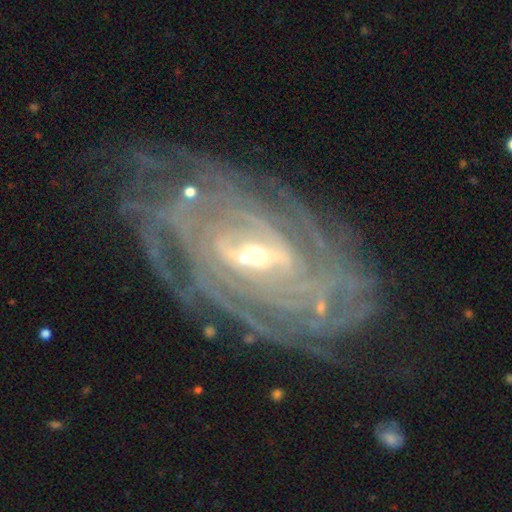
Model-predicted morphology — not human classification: Smooth or featured?
  - featured or disk: 90% *
  - star or artifact: 5%
  - smooth: 4%
Edge-on disk?
  - no: 95% *
  - yes: 5%
Bar?
  - strong: 37% *
  - weak: 36%
  - no: 27%
Spiral arms?
  - yes: 97% *
  - no: 3%
Spiral winding?
  - tight: 75% *
  - medium: 19%
  - loose: 6%
Spiral arm count?
  - can't tell: 27% *
  - more than 4: 18%
  - 4: 17%
  - 2: 15%
  - 3: 14%
  - 1: 8%
Bulge size?
  - small: 66% *
  - moderate: 29%
  - large: 2%
  - none: 1%
  - dominant: 1%
Merging?
  - none: 66% *
  - minor disturbance: 19%
  - major disturbance: 12%
  - merger: 4%